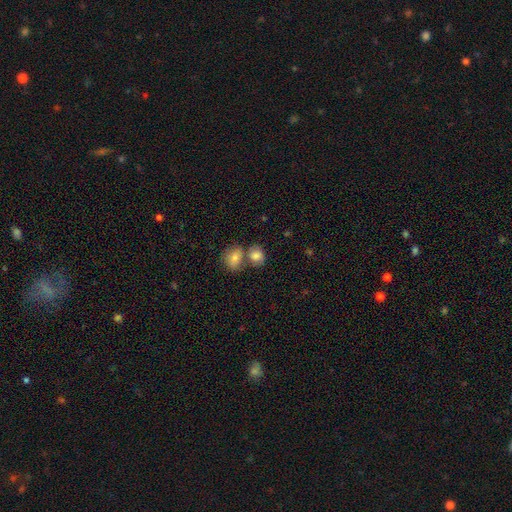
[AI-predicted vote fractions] This appears to be a smooth galaxy with no disk features (80%) that is in between round and cigar-shaped (52%). Merging: merger (47%).